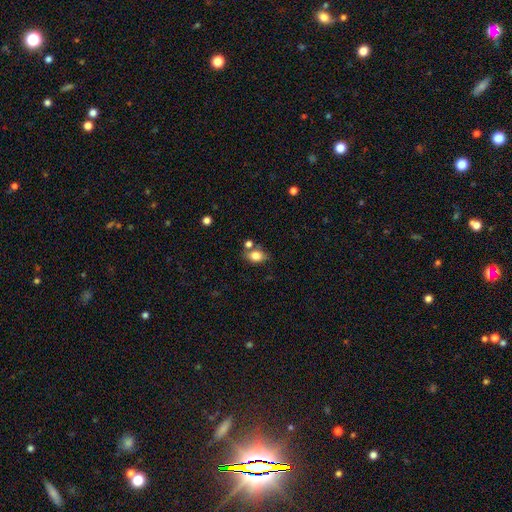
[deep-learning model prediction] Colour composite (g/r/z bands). It shows a smooth galaxy with no disk features (80%) that is in between round and cigar-shaped (74%). Merging: none (62%).